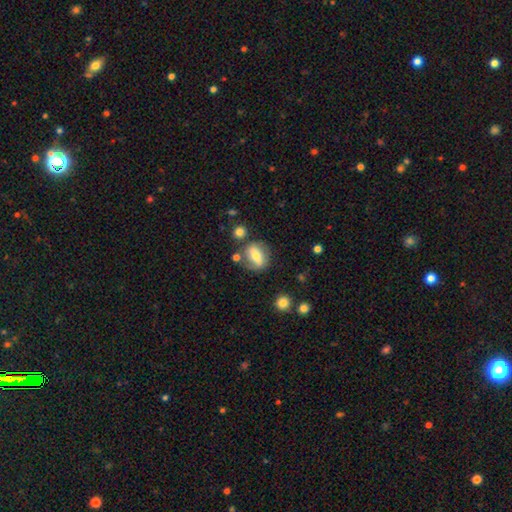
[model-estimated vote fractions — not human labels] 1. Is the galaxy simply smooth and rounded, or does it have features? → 46% featured or disk (tied), 46% smooth (tied), 8% star or artifact.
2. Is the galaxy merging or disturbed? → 68% none, 17% minor disturbance, 8% merger, 7% major disturbance.